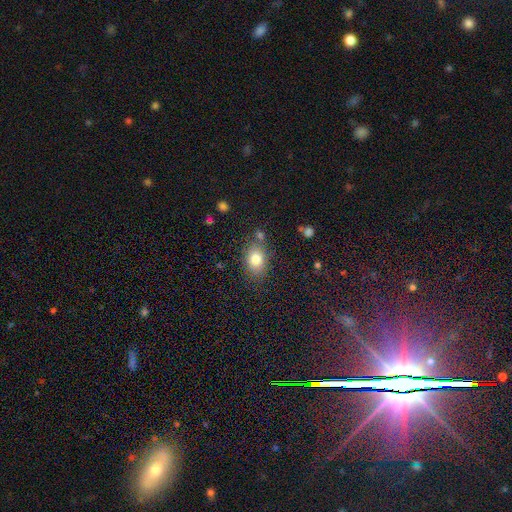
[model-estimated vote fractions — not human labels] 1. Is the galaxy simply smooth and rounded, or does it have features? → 79% smooth, 11% featured or disk, 10% star or artifact.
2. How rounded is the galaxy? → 72% in between, 27% round, 1% cigar-shaped.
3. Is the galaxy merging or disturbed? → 76% none, 14% minor disturbance, 6% merger, 4% major disturbance.